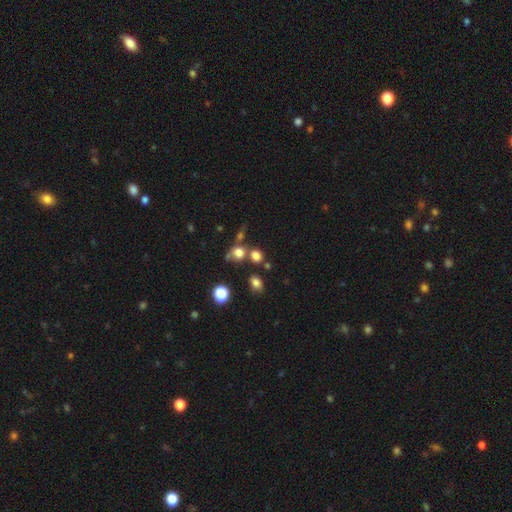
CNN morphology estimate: The model was most divided on "merging": none: 58%, merger: 25%, minor disturbance: 11%, major disturbance: 6%. More confident: smooth or featured — smooth (75%); how rounded — round (70%).